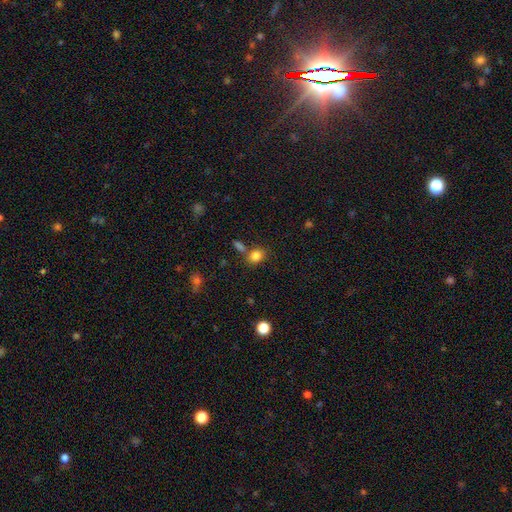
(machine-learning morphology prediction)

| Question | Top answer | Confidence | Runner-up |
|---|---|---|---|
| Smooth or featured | smooth | 83% | star or artifact (11%) |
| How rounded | in between | 52% | round (46%) |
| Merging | none | 67% | merger (16%) |